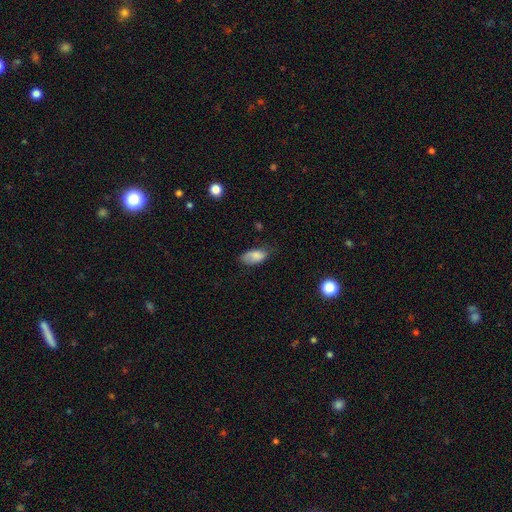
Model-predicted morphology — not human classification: This is clearly a smooth galaxy (82%). How rounded: clearly in between (91%). Merging: possibly none (56%).